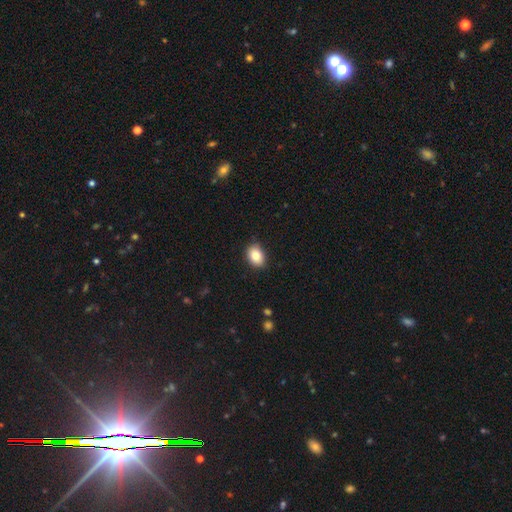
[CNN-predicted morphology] Smooth or featured? smooth (83%)
How rounded? in between (74%)
Merging? none (85%)